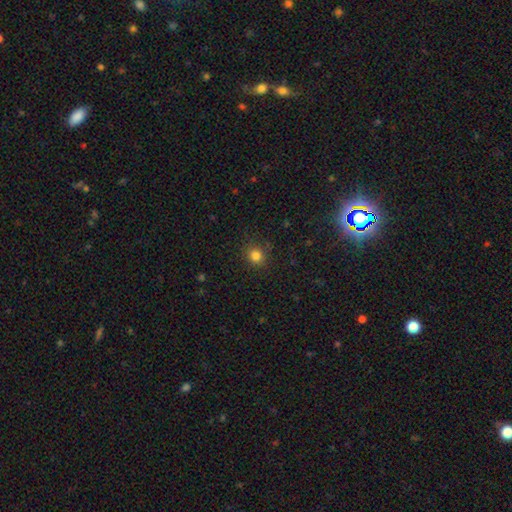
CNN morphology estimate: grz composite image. It shows a smooth galaxy with no disk features (82%) that is round (87%). Merging: none (89%).